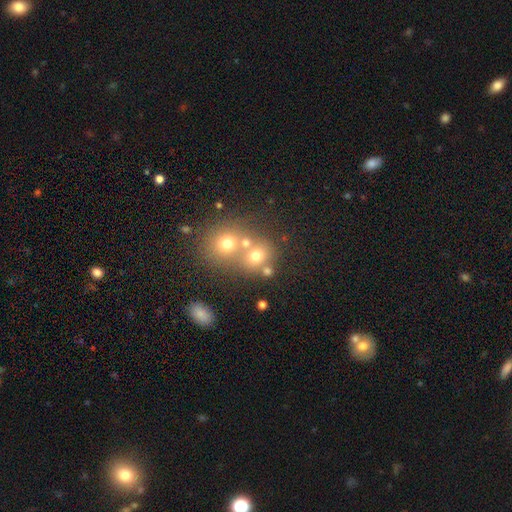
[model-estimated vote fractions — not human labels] Overall: smooth (68%). How rounded: round (79%). Merging: none (45%; merger 43%).